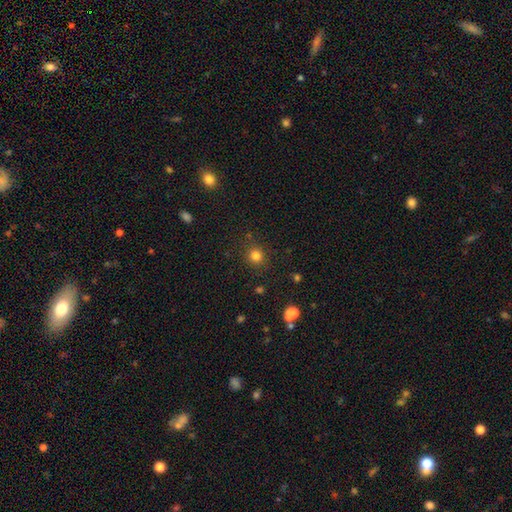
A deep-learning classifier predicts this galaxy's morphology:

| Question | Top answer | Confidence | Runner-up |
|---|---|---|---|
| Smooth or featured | smooth | 81% | star or artifact (14%) |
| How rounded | round | 89% | in between (10%) |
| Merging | none | 86% | minor disturbance (8%) |